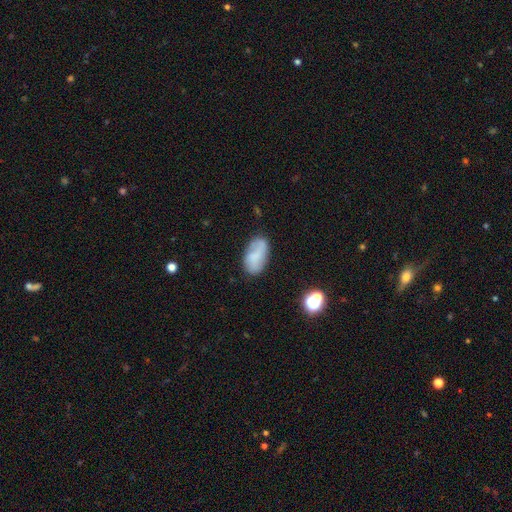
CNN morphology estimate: Smooth or featured? Predicted: smooth (p=0.62). How rounded? Predicted: in between (p=0.93). Merging? Predicted: none (p=0.69).